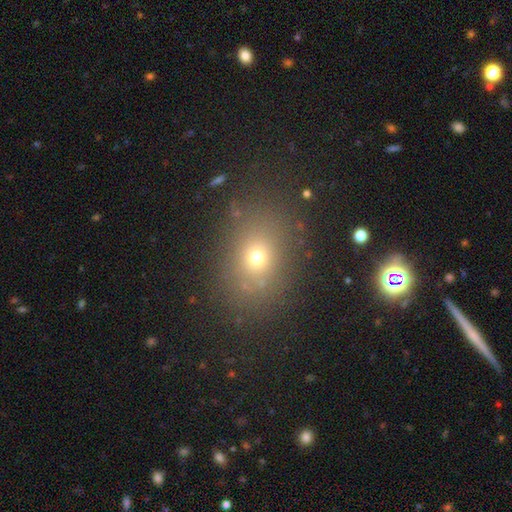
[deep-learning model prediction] Smooth or featured: smooth — 57% (star or artifact — 31%)
How rounded: in between — 55% (round — 43%)
Merging: none — 86% (minor disturbance — 8%)